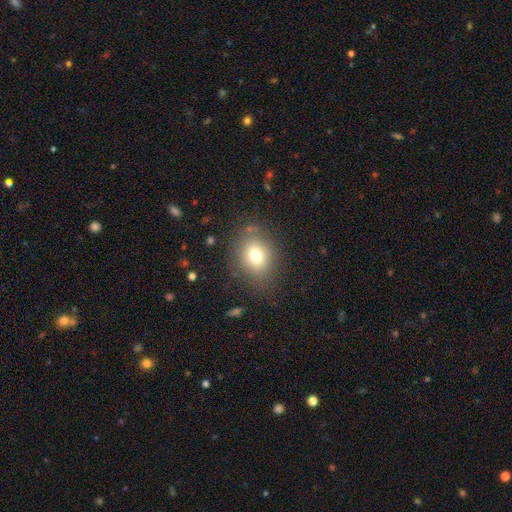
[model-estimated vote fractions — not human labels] Smooth or featured?
  - smooth: 74% *
  - featured or disk: 13%
  - star or artifact: 13%
How rounded?
  - round: 51% *
  - in between: 48%
  - cigar-shaped: 1%
Merging?
  - none: 78% *
  - minor disturbance: 14%
  - major disturbance: 6%
  - merger: 2%